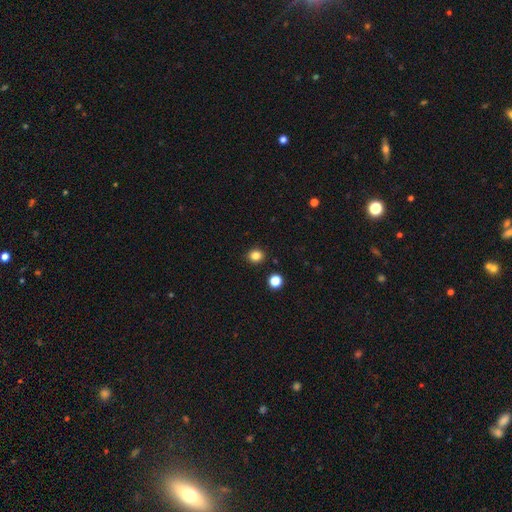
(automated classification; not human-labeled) Smooth or featured? Predicted: smooth (p=0.83). How rounded? Predicted: round (p=0.85). Merging? Predicted: none (p=0.90).